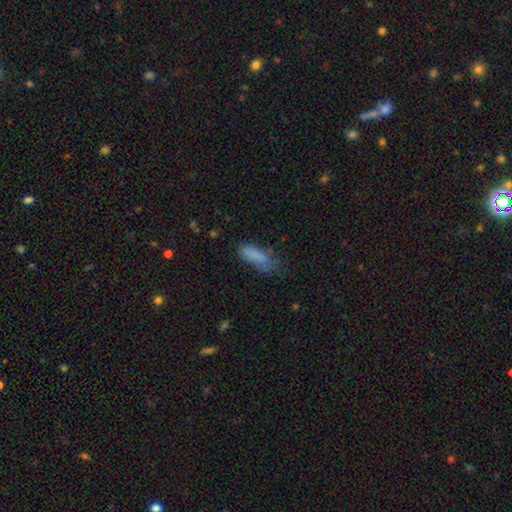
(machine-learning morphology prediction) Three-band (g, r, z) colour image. It shows a smooth galaxy with no disk features (82%) that is in between round and cigar-shaped (57%). Merging: none (49%).